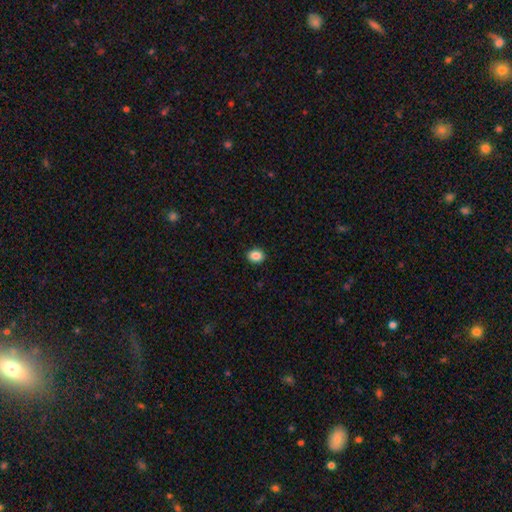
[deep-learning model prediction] This is clearly a smooth galaxy (88%). How rounded: possibly round (50%). Merging: clearly none (91%).